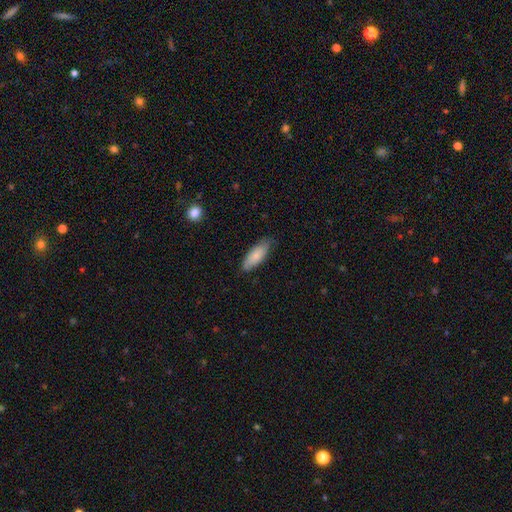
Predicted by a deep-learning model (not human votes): smooth_or_featured: smooth (p=0.78) [alt: featured or disk p=0.16]
how_rounded: in between (p=0.73) [alt: cigar-shaped p=0.25]
merging: none (p=0.75) [alt: minor disturbance p=0.21]